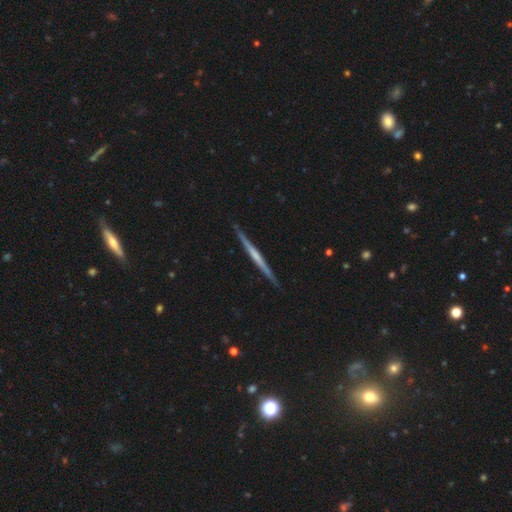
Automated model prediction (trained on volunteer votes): smooth_or_featured: featured or disk (p=0.66) [alt: smooth p=0.29]
disk_edge_on: yes (p=0.98) [alt: no p=0.02]
edge_on_bulge: none (p=0.67) [alt: rounded p=0.23]
merging: none (p=0.91) [alt: minor disturbance p=0.07]